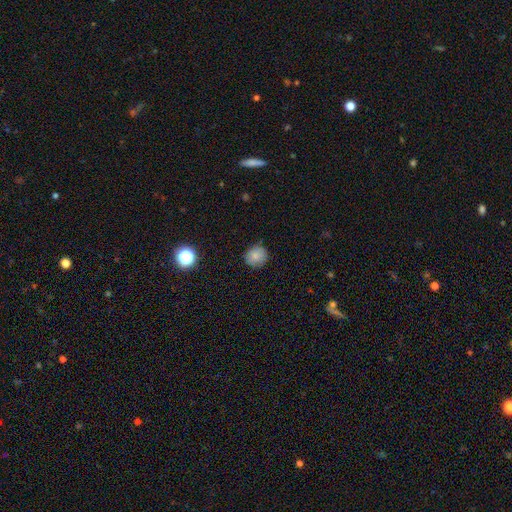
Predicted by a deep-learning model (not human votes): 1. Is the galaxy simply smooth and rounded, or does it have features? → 83% smooth, 11% star or artifact, 7% featured or disk.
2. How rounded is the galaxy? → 88% round, 11% in between, 1% cigar-shaped.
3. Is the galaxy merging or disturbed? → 86% none, 10% minor disturbance, 2% major disturbance, 1% merger.